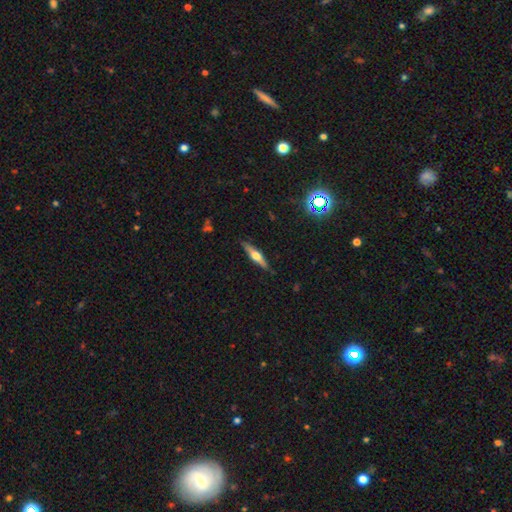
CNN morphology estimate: type=featured or disk (66%); edge-on=yes (96%); edge-on bulge=rounded (93%); merging=none (88%).